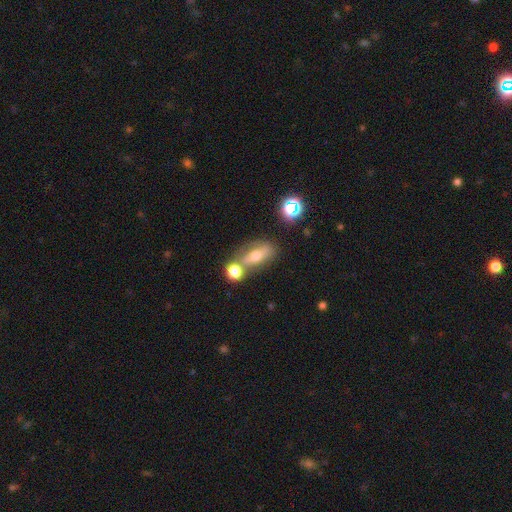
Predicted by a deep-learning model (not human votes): Smooth or featured?
  - smooth: 52% *
  - featured or disk: 34%
  - star or artifact: 14%
How rounded?
  - in between: 66% *
  - cigar-shaped: 22%
  - round: 12%
Merging?
  - none: 52% *
  - merger: 27%
  - minor disturbance: 15%
  - major disturbance: 7%